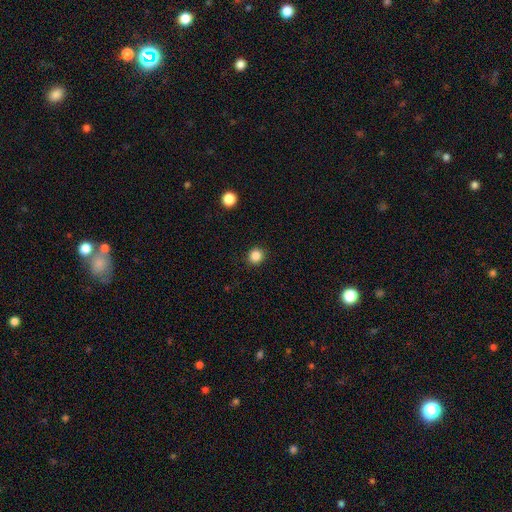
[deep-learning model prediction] A smooth galaxy with no disk features (86%) that is round (88%).

Vote fractions:
- Smooth or featured? smooth: 86% / star or artifact: 11% / featured or disk: 4%
- How rounded? round: 88% / in between: 11% / cigar-shaped: 1%
- Merging? none: 91% / minor disturbance: 6% / major disturbance: 2% / merger: 1%